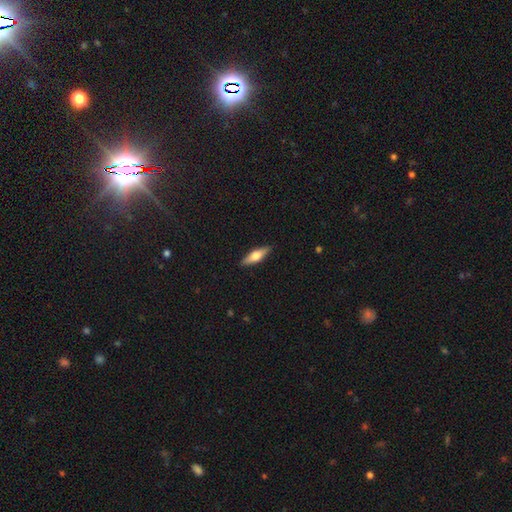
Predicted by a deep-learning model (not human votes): This is possibly a smooth galaxy (48%). Merging: clearly none (89%).